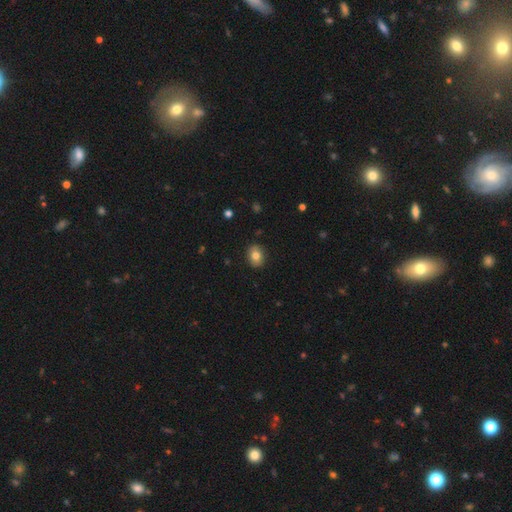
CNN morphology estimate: smooth_or_featured: smooth (p=0.80) [alt: featured or disk p=0.11]
how_rounded: in between (p=0.55) [alt: round p=0.44]
merging: none (p=0.89) [alt: minor disturbance p=0.09]